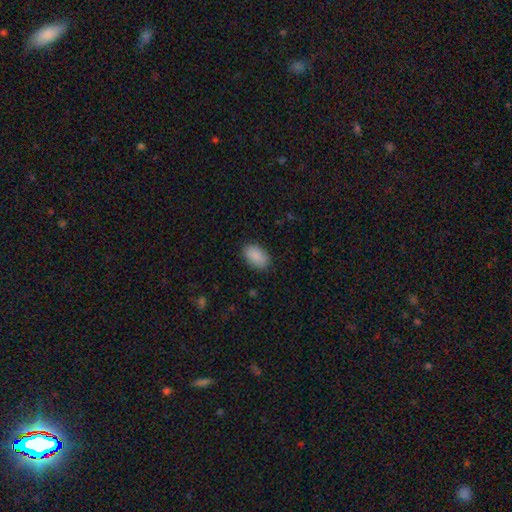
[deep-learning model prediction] This is clearly a smooth galaxy (90%). How rounded: clearly in between (93%). Merging: clearly none (87%).